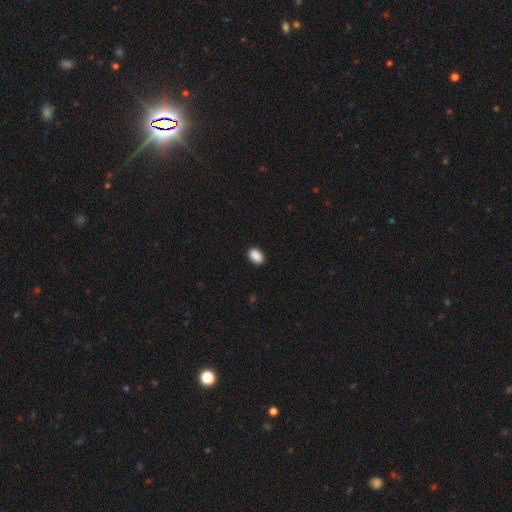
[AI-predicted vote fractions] Smooth or featured? Predicted: smooth (p=0.90). How rounded? Predicted: in between (p=0.81). Merging? Predicted: none (p=0.90).